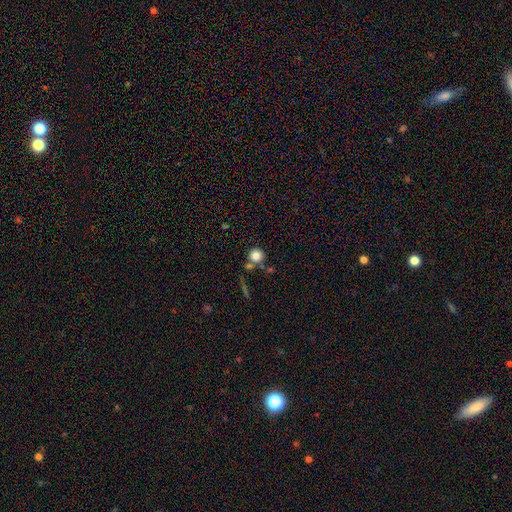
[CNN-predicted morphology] Overall: smooth (81%). How rounded: round (91%). Merging: none (66%).